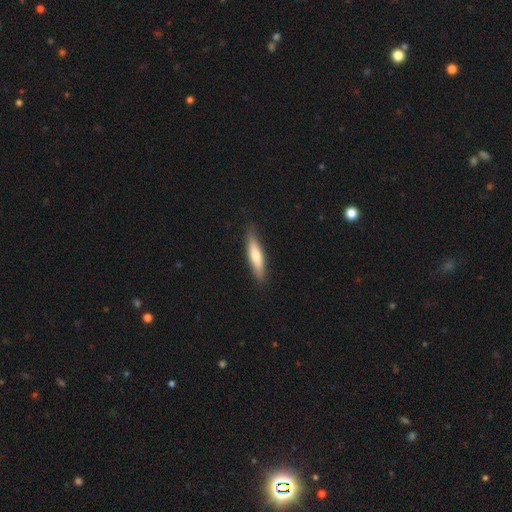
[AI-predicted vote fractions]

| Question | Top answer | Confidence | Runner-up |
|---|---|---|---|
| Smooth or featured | smooth | 65% | featured or disk (30%) |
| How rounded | cigar-shaped | 79% | in between (19%) |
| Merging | none | 86% | minor disturbance (11%) |